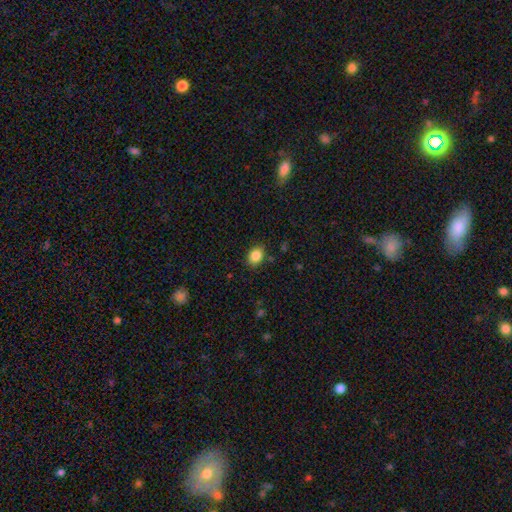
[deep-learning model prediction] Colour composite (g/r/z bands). It shows a smooth galaxy with no disk features (86%) that is in between round and cigar-shaped (62%). Merging: none (83%).